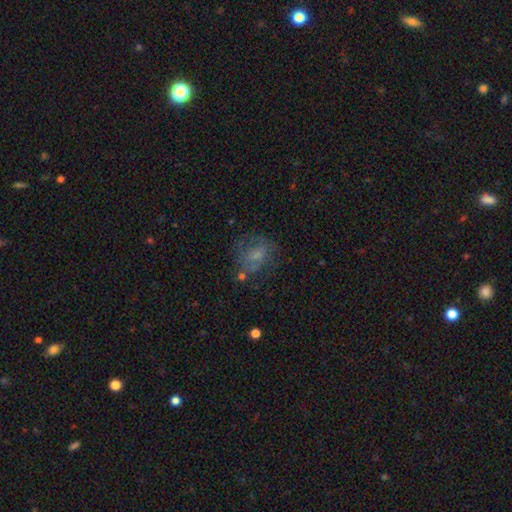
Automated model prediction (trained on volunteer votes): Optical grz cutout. It shows a smooth galaxy with no disk features (47%). Merging: none (50%).